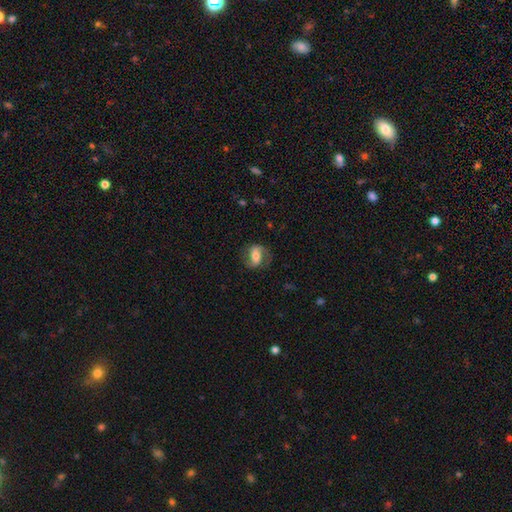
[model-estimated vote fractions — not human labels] featured or disk 61%, smooth 32%, star or artifact 7%. Down the decision tree: edge-on disk — no (95%); bar — strong (41%); spiral arms — yes (85%); bulge size — moderate (58%); merging — none (72%).